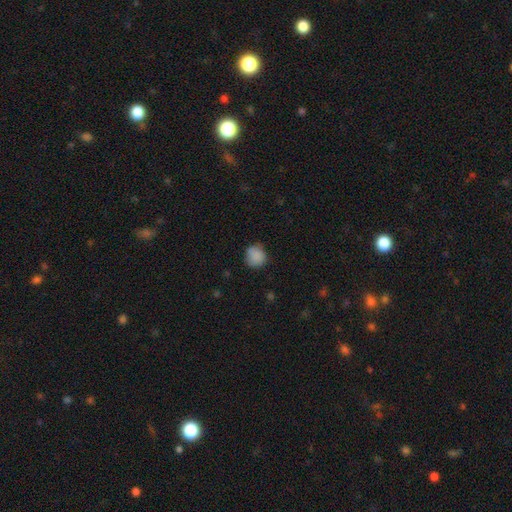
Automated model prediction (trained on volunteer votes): A smooth galaxy with no disk features (85%) that is round (83%).

Vote fractions:
- Smooth or featured? smooth: 85% / star or artifact: 9% / featured or disk: 6%
- How rounded? round: 83% / in between: 16% / cigar-shaped: 1%
- Merging? none: 71% / minor disturbance: 22% / major disturbance: 5% / merger: 2%